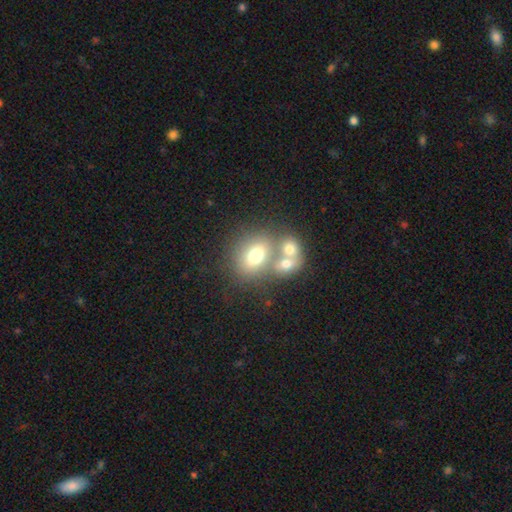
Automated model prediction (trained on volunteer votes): Morphology: type=smooth (69%); roundness=in between (54%); merging=none (45%).